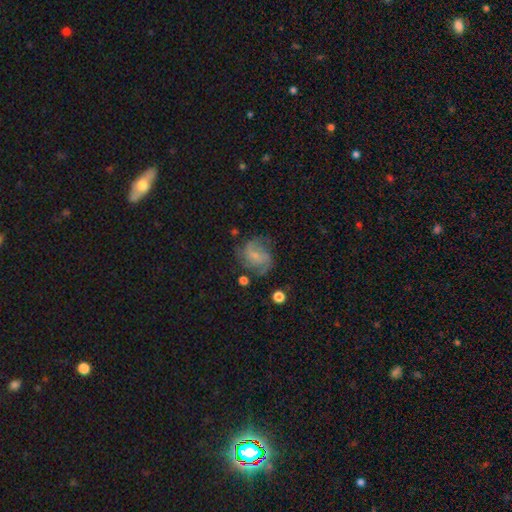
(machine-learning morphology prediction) smooth-or-featured: featured or disk: 69% | smooth: 23% | star or artifact: 9%
  disk-edge-on: no: 98% | yes: 2%
    bar: no: 55% | weak: 37% | strong: 8%
    has-spiral-arms: yes: 90% | no: 10%
      spiral-winding: medium: 47% | loose: 27% | tight: 25%
      spiral-arm-count: 2: 44% | 3: 21% | can't tell: 21% | 4: 6% | 1: 5% | more than 4: 4%
    bulge-size: small: 69% | moderate: 16% | none: 13% | large: 1% | dominant: 1%
  merging: none: 62% | minor disturbance: 21% | major disturbance: 14% | merger: 3%